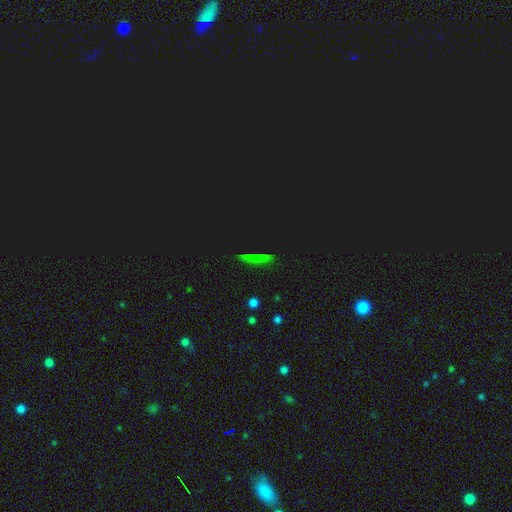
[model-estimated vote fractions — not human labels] smooth_or_featured: star or artifact (p=0.52) [alt: smooth p=0.34]